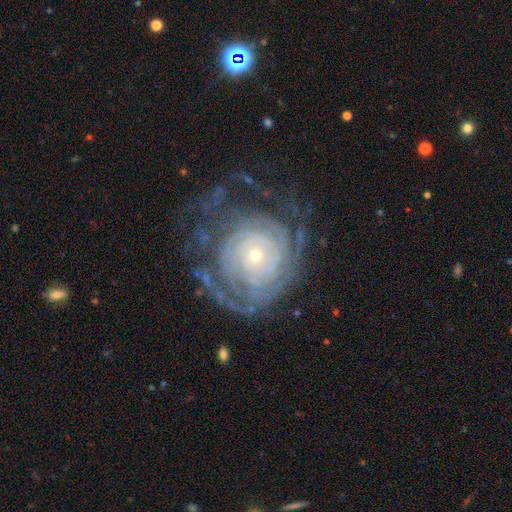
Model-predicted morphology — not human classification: Smooth or featured: featured or disk — 86% (smooth — 8%)
Edge-on disk: no — 97% (yes — 3%)
Bar: no — 80% (weak — 15%)
Spiral arms: yes — 95% (no — 5%)
Spiral winding: tight — 81% (medium — 14%)
Spiral arm count: can't tell — 36% (2 — 18%)
Bulge size: small — 75% (moderate — 20%)
Merging: none — 61% (major disturbance — 19%)